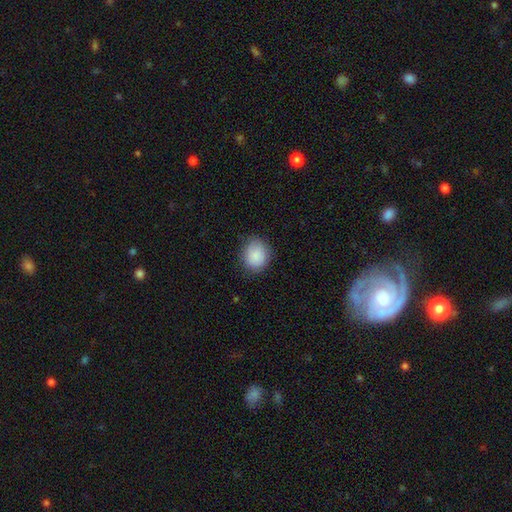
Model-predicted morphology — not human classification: smooth 88%, star or artifact 7%, featured or disk 5%. Down the decision tree: how rounded — round (73%); merging — none (79%).